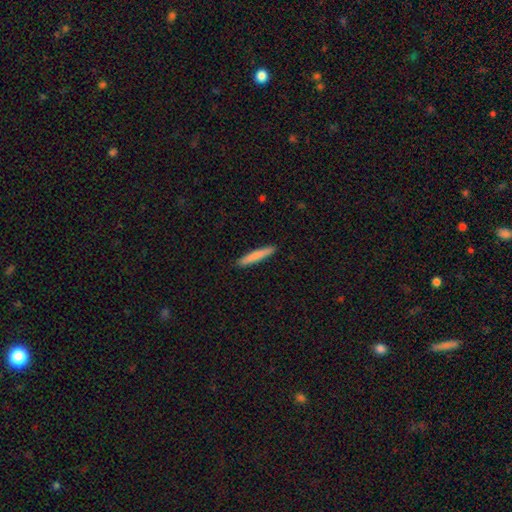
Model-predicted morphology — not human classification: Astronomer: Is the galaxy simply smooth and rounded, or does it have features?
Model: smooth — 79%.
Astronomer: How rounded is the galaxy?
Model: cigar-shaped — 94%.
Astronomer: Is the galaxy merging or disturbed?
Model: none — 91%.